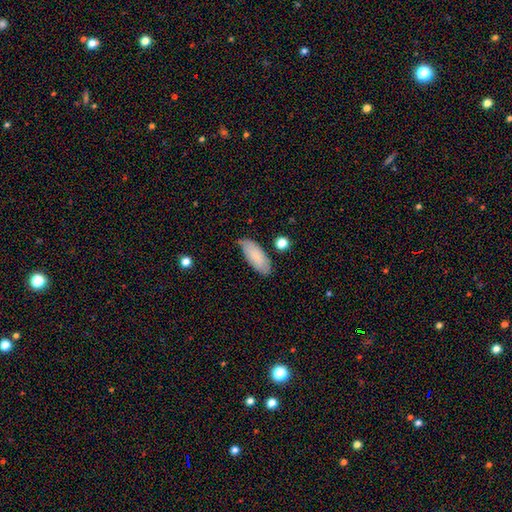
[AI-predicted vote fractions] smooth-or-featured: smooth: 79% | featured or disk: 14% | star or artifact: 7%
  how-rounded: in between: 83% | cigar-shaped: 15% | round: 2%
  merging: none: 67% | minor disturbance: 25% | major disturbance: 5% | merger: 4%